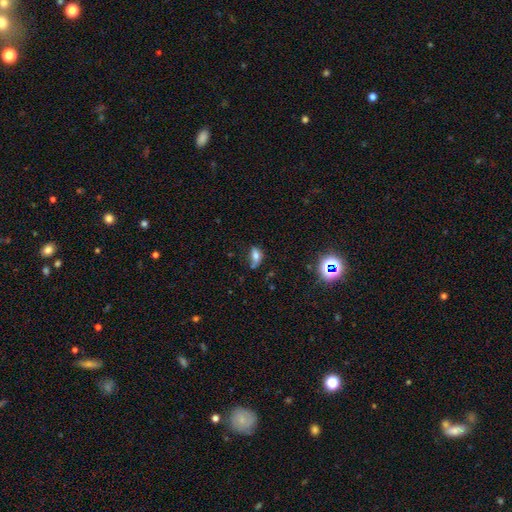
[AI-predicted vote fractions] The model was most divided on "merging": none: 39%, minor disturbance: 34%, major disturbance: 19%, merger: 8%. More confident: how rounded — in between (84%); smooth or featured — smooth (67%).